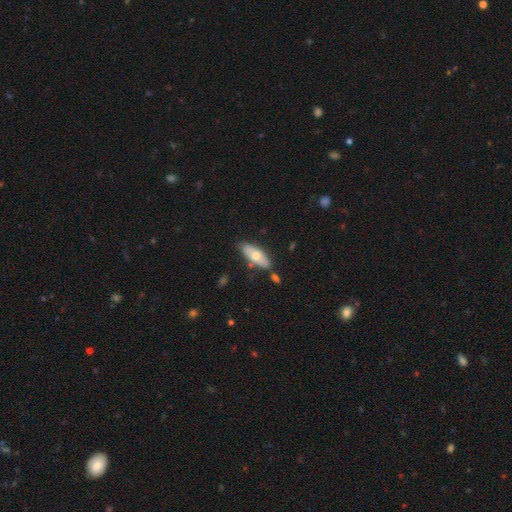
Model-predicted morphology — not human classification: Smooth or featured: smooth — 64% (featured or disk — 30%)
How rounded: in between — 74% (cigar-shaped — 23%)
Merging: none — 73% (minor disturbance — 17%)